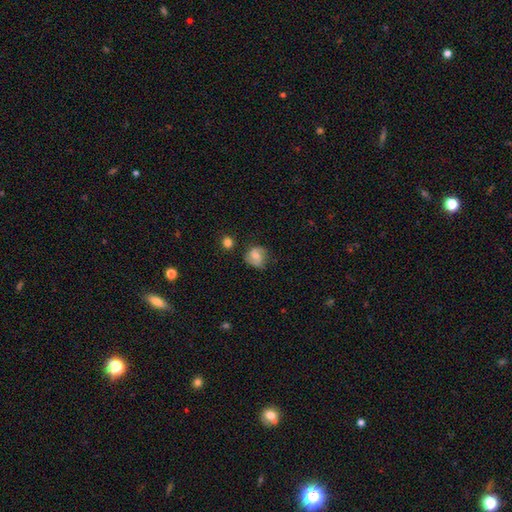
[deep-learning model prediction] smooth_or_featured: smooth (p=0.53) [alt: featured or disk p=0.38]
how_rounded: round (p=0.73) [alt: in between p=0.26]
merging: none (p=0.63) [alt: minor disturbance p=0.25]